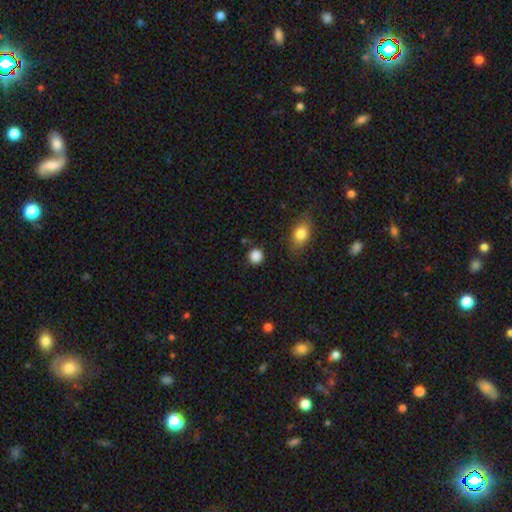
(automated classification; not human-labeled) smooth_or_featured: smooth (p=0.87) [alt: star or artifact p=0.10]
how_rounded: round (p=0.91) [alt: in between p=0.08]
merging: none (p=0.86) [alt: minor disturbance p=0.09]